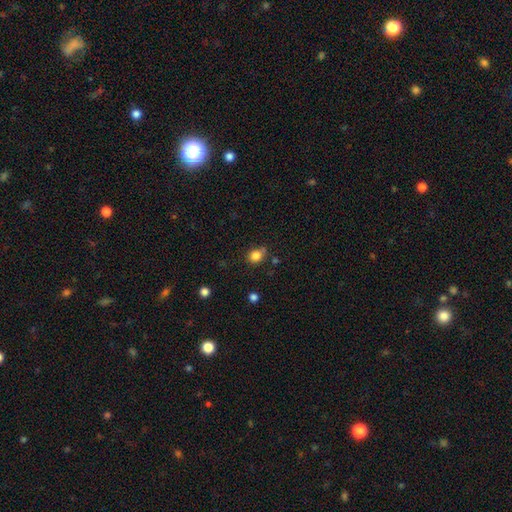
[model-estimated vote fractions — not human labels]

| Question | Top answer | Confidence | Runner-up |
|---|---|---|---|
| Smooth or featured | smooth | 83% | star or artifact (11%) |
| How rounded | round | 62% | in between (37%) |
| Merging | none | 67% | minor disturbance (20%) |